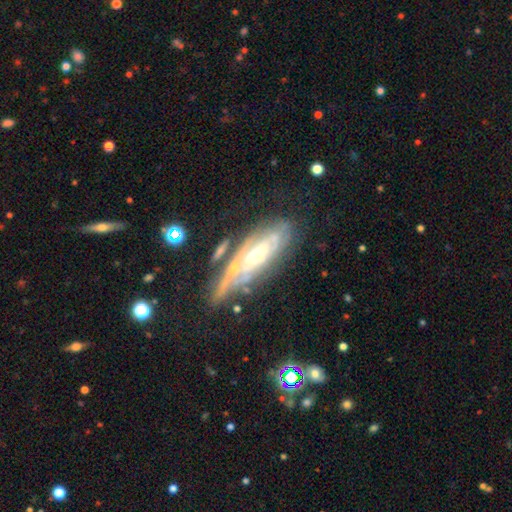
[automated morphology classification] A featured or disk galaxy (79%) with no bar (63%), spiral arms (78%) and a moderate central bulge (49%). Merging: none (58%).